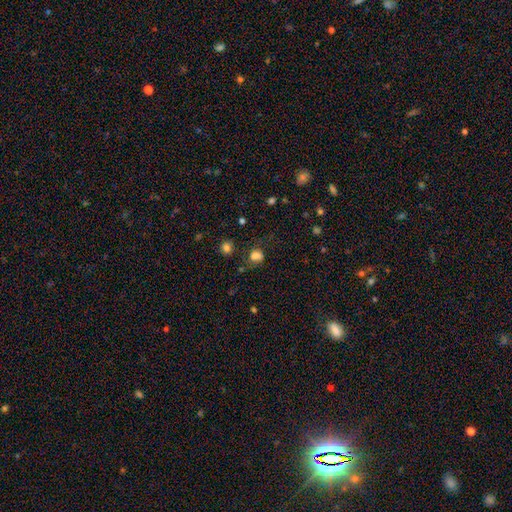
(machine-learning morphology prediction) Smooth or featured?
  - smooth: 76% *
  - star or artifact: 14%
  - featured or disk: 10%
How rounded?
  - in between: 53% *
  - round: 45%
  - cigar-shaped: 1%
Merging?
  - none: 54% *
  - minor disturbance: 24%
  - major disturbance: 15%
  - merger: 7%